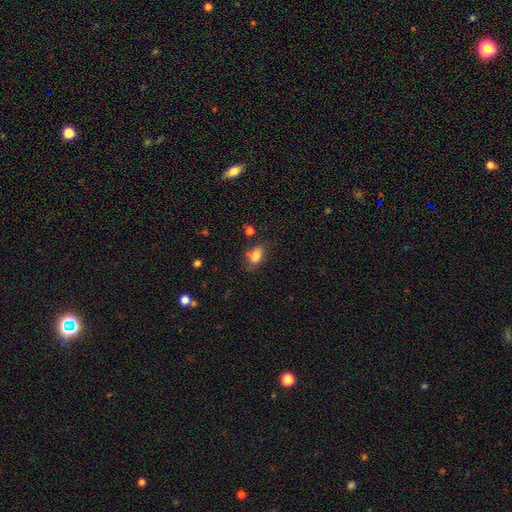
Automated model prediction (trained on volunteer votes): This is likely a smooth galaxy (79%). How rounded: clearly in between (85%). Merging: likely none (61%).